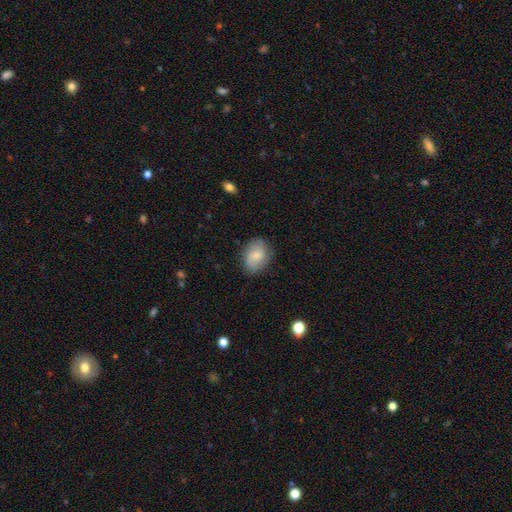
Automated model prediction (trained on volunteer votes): This appears to be a smooth galaxy with no disk features (63%) that is in between round and cigar-shaped (70%). Merging: none (78%).